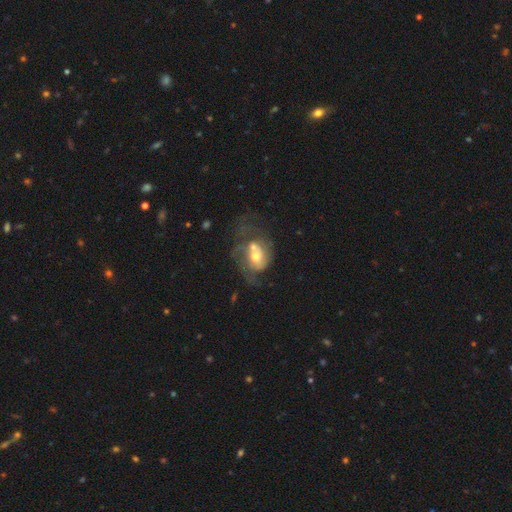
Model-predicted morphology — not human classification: Q: Smooth or featured?
A: featured or disk (70%); runner-up: smooth (22%)
Q: Edge-on disk?
A: no (97%); runner-up: yes (3%)
Q: Bar?
A: no (66%); runner-up: weak (28%)
Q: Spiral arms?
A: yes (78%); runner-up: no (22%)
Q: Spiral winding?
A: medium (43%); runner-up: loose (31%)
Q: Spiral arm count?
A: 2 (51%); runner-up: can't tell (24%)
Q: Bulge size?
A: moderate (62%); runner-up: small (25%)
Q: Merging?
A: merger (40%); runner-up: none (24%)